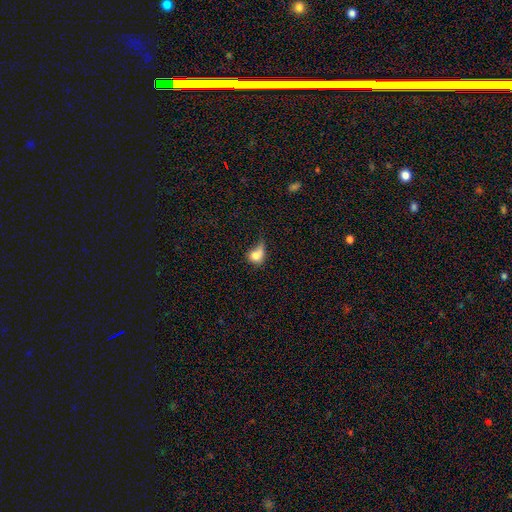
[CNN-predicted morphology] Smooth or featured? smooth (73%)
How rounded? round (54%)
Merging? major disturbance (35%)